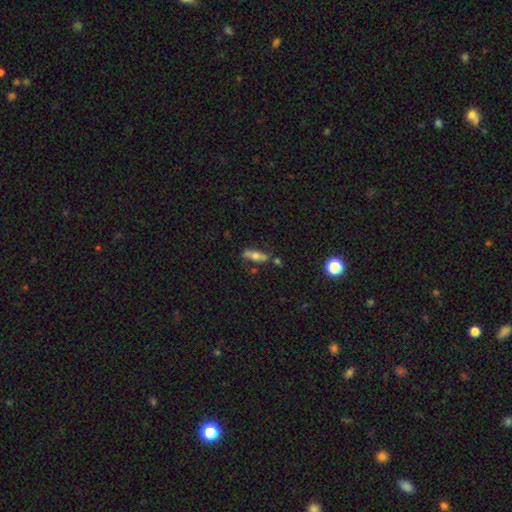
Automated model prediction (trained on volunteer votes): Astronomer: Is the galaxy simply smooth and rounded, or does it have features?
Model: smooth — 53% (runner-up: featured or disk, 38%).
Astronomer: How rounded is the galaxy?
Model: cigar-shaped — 56% (runner-up: in between, 41%).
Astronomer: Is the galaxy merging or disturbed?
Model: none — 69%.